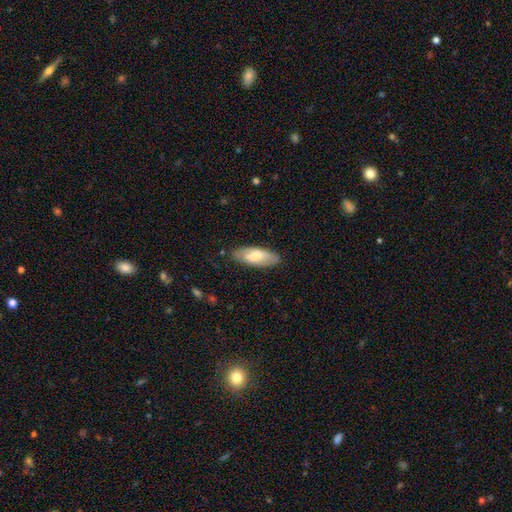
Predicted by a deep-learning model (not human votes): Smooth or featured? Predicted: smooth (p=0.62). How rounded? Predicted: in between (p=0.78). Merging? Predicted: none (p=0.81).